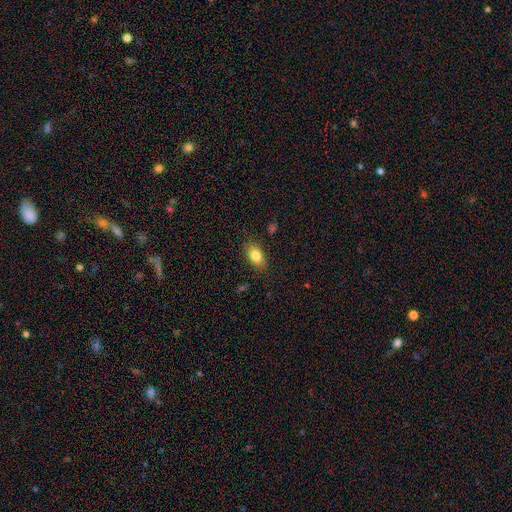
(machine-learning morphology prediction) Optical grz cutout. It shows a smooth galaxy with no disk features (82%) that is in between round and cigar-shaped (88%). Merging: none (85%).